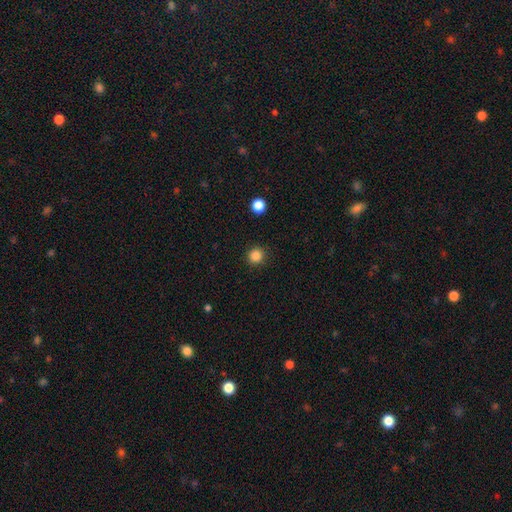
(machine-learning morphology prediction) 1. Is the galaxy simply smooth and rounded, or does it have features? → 85% smooth, 12% star or artifact, 3% featured or disk.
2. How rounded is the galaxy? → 93% round, 7% in between, 1% cigar-shaped.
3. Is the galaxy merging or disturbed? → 91% none, 5% minor disturbance, 2% major disturbance, 1% merger.